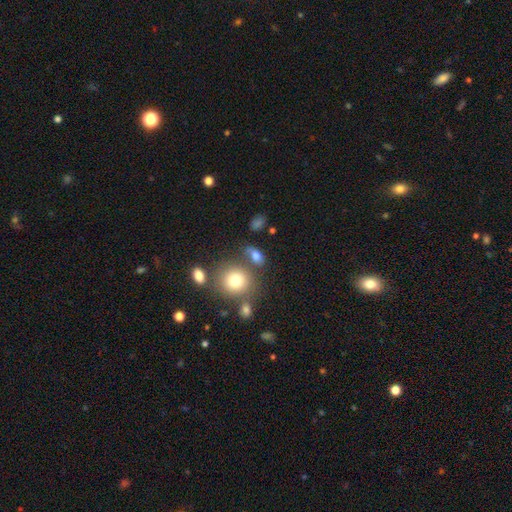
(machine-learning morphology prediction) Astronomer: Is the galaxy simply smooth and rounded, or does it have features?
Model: smooth — 76%.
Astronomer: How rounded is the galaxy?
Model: in between — 63%.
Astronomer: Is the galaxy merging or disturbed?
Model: none — 57%.